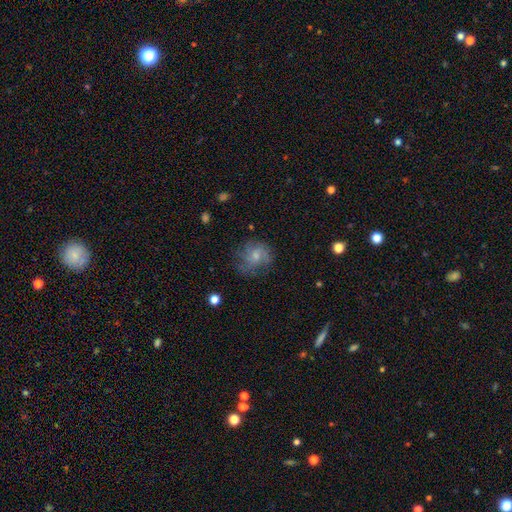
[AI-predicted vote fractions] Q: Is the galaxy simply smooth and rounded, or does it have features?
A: smooth — 46%.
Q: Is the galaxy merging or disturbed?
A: none — 57%.